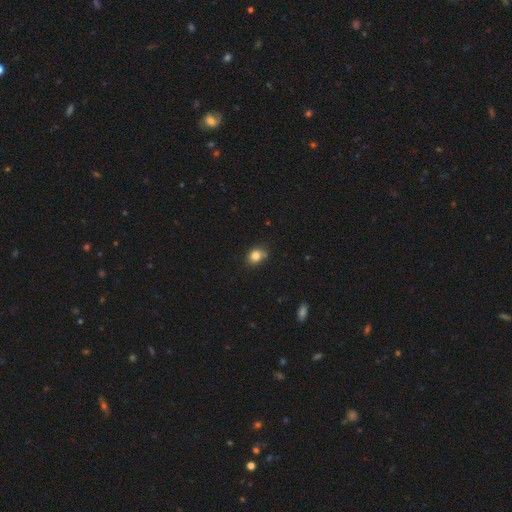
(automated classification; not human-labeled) Smooth or featured?
  - smooth: 82% *
  - star or artifact: 11%
  - featured or disk: 7%
How rounded?
  - round: 58% *
  - in between: 41%
  - cigar-shaped: 1%
Merging?
  - none: 69% *
  - minor disturbance: 21%
  - merger: 7%
  - major disturbance: 4%